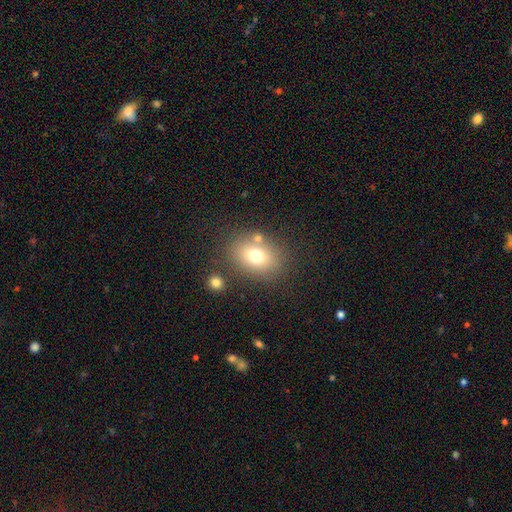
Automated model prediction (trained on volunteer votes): Smooth or featured?
  - smooth: 72% *
  - featured or disk: 15%
  - star or artifact: 13%
How rounded?
  - in between: 64% *
  - round: 35%
  - cigar-shaped: 1%
Merging?
  - none: 72% *
  - minor disturbance: 12%
  - merger: 11%
  - major disturbance: 5%